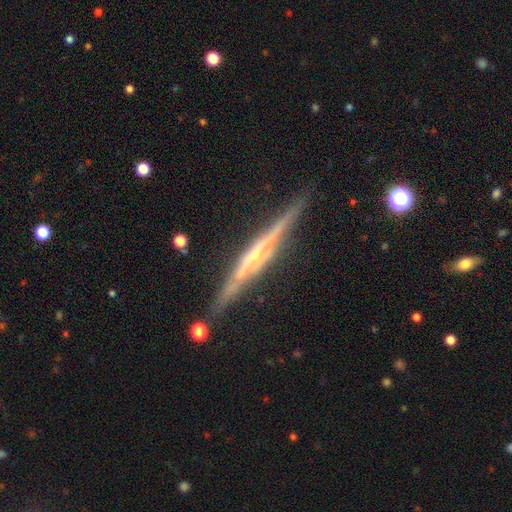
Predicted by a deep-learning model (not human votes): smooth-or-featured: featured or disk: 87% | smooth: 7% | star or artifact: 6%
  disk-edge-on: yes: 98% | no: 2%
    edge-on-bulge: rounded: 65% | none: 19% | boxy: 15%
  merging: none: 88% | minor disturbance: 9% | merger: 2% | major disturbance: 2%